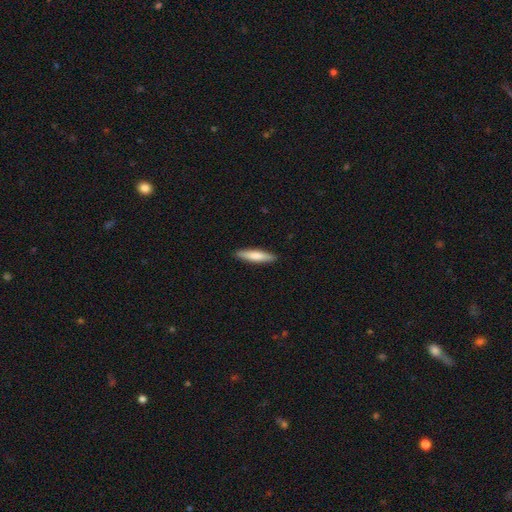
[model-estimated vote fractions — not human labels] smooth 73%, featured or disk 22%, star or artifact 5%. Down the decision tree: how rounded — cigar-shaped (82%); merging — none (91%).